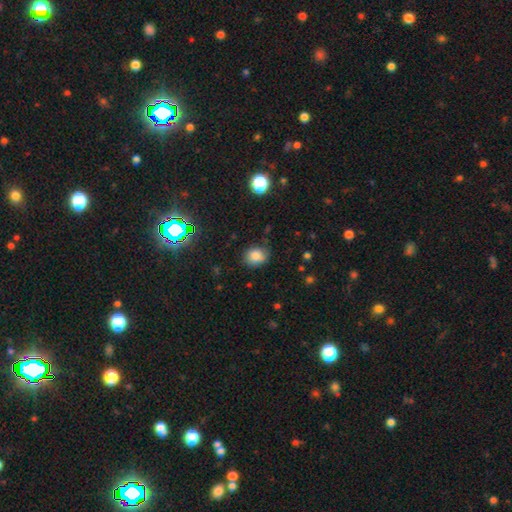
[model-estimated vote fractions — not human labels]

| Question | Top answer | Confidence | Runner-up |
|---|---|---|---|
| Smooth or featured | smooth | 81% | star or artifact (13%) |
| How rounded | round | 61% | in between (38%) |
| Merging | none | 77% | minor disturbance (17%) |